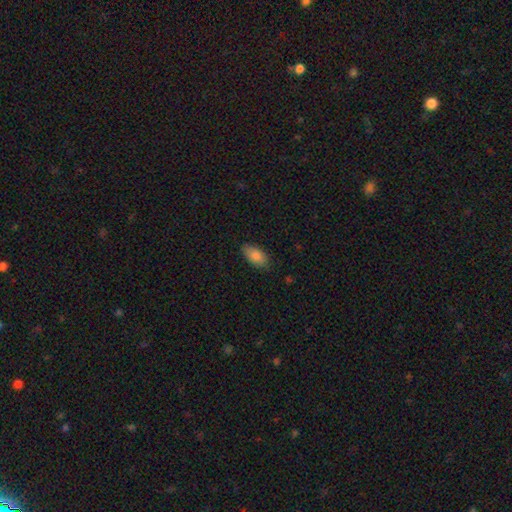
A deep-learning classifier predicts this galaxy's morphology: Smooth or featured? smooth (86%)
How rounded? in between (93%)
Merging? none (83%)